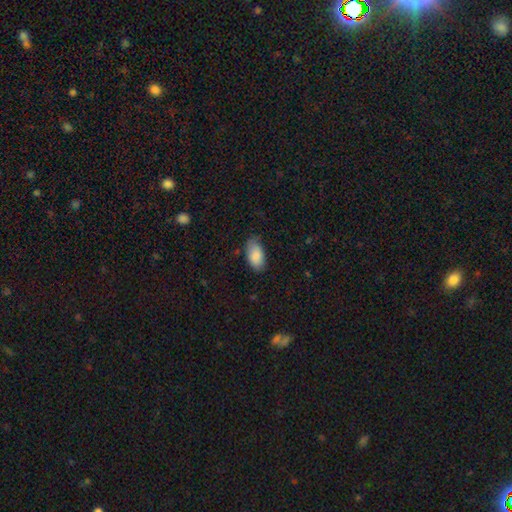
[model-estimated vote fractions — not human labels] smooth 87%, featured or disk 7%, star or artifact 6%. Down the decision tree: how rounded — in between (94%); merging — none (75%).